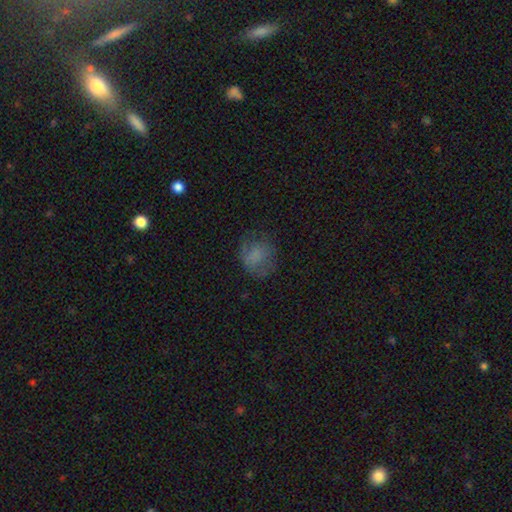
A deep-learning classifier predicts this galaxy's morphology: This is likely a smooth galaxy (67%). How rounded: likely round (65%). Merging: possibly none (60%).